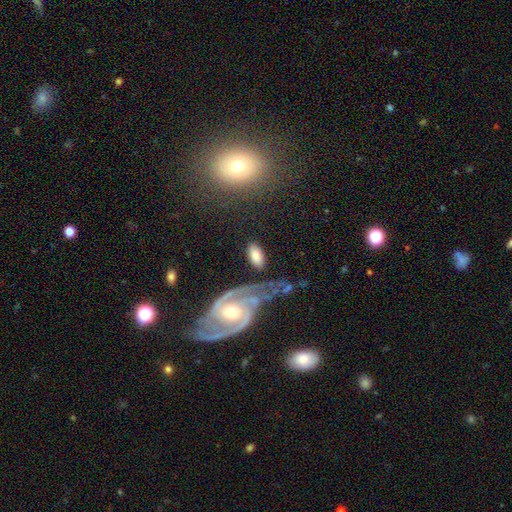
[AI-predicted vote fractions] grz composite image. It shows a smooth galaxy with no disk features (74%) that is in between round and cigar-shaped (92%). Merging: none (70%).